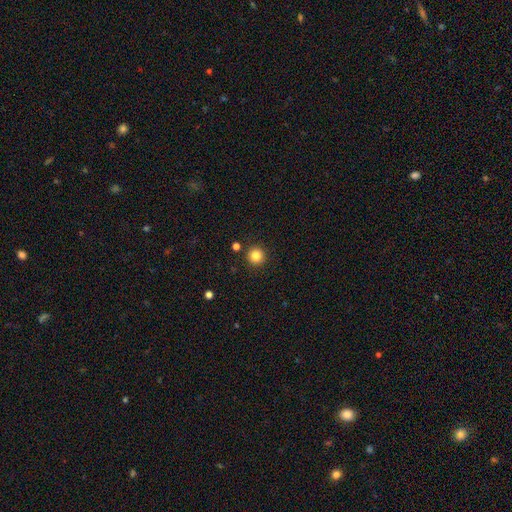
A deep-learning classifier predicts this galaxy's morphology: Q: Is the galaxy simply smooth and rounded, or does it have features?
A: smooth — 84%.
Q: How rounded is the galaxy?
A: round — 95%.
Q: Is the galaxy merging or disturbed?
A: none — 90%.